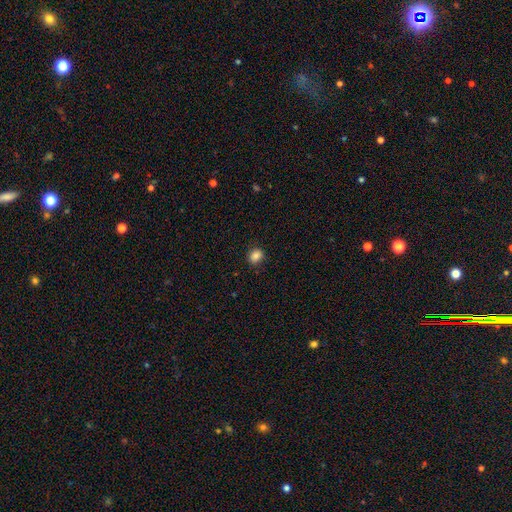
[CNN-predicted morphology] Q: Smooth or featured?
A: smooth (85%); runner-up: star or artifact (11%)
Q: How rounded?
A: round (56%); runner-up: in between (43%)
Q: Merging?
A: none (88%); runner-up: minor disturbance (8%)